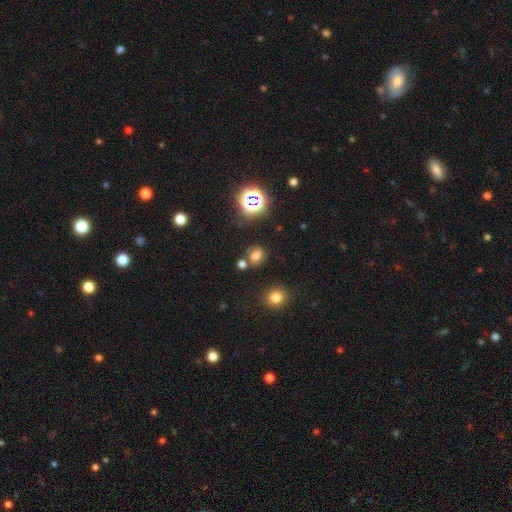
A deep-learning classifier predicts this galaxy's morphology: Smooth or featured?
  - smooth: 62% *
  - star or artifact: 27%
  - featured or disk: 11%
How rounded?
  - round: 52% *
  - in between: 47%
  - cigar-shaped: 1%
Merging?
  - none: 67% *
  - minor disturbance: 14%
  - merger: 13%
  - major disturbance: 5%